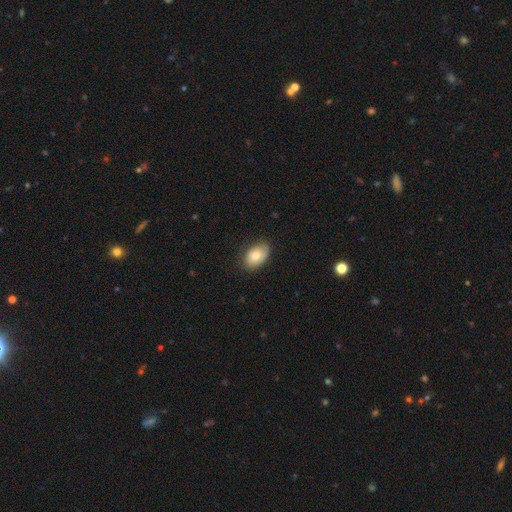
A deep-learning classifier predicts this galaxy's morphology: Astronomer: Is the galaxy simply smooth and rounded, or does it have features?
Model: smooth — 81%.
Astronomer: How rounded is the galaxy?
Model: in between — 89%.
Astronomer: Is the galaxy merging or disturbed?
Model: none — 79%.